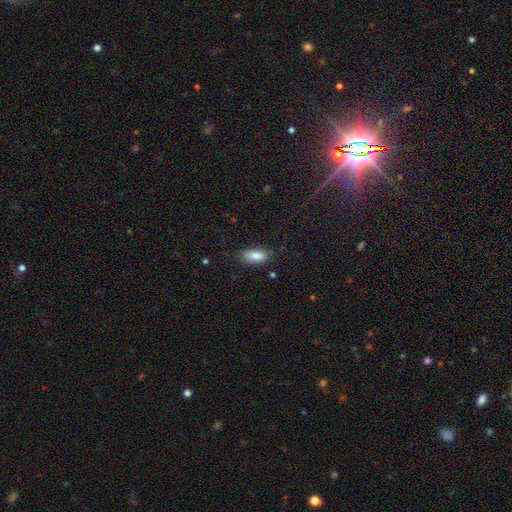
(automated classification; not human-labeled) Smooth or featured? Predicted: smooth (p=0.86). How rounded? Predicted: in between (p=0.88). Merging? Predicted: none (p=0.82).